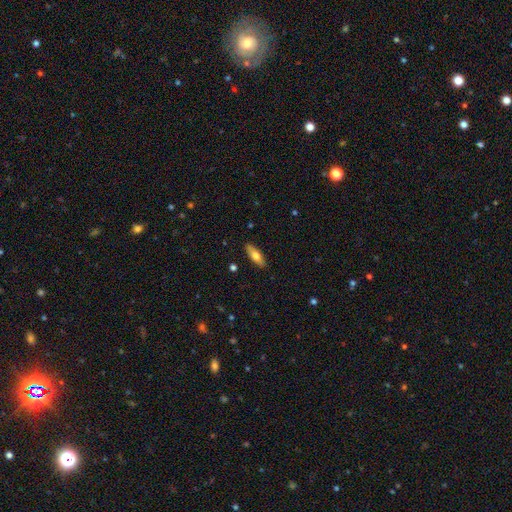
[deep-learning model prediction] This appears to be a smooth galaxy with no disk features (65%) that is in between round and cigar-shaped (53%). Merging: none (89%).